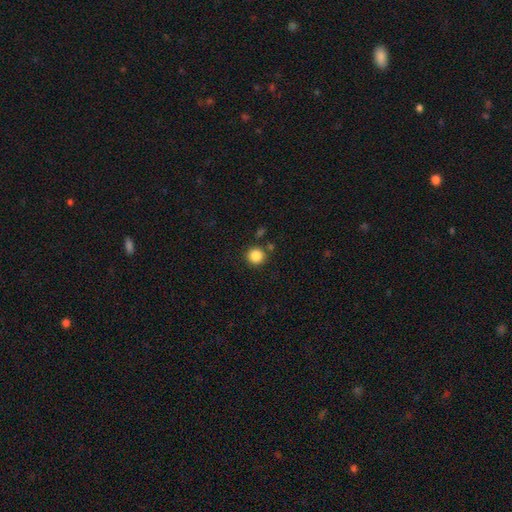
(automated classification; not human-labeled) The model was most divided on "smooth or featured": smooth: 86%, star or artifact: 10%, featured or disk: 3%. More confident: how rounded — round (94%); merging — none (85%).